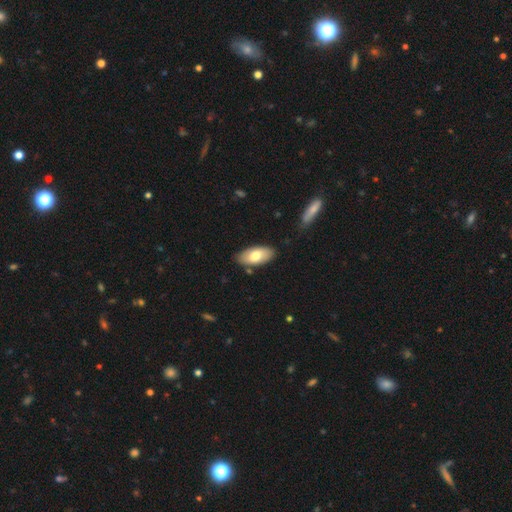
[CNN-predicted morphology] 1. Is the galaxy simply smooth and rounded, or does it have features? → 73% smooth, 22% featured or disk, 6% star or artifact.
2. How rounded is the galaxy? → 92% in between, 6% cigar-shaped, 2% round.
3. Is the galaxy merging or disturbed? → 83% none, 12% minor disturbance, 3% merger, 2% major disturbance.